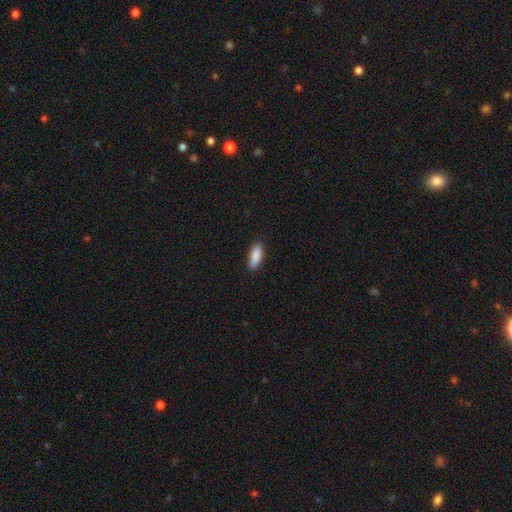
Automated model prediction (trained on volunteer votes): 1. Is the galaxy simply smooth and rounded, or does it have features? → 89% smooth, 6% star or artifact, 5% featured or disk.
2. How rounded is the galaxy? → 73% in between, 25% cigar-shaped, 2% round.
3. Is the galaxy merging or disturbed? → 87% none, 10% minor disturbance, 2% major disturbance, 1% merger.